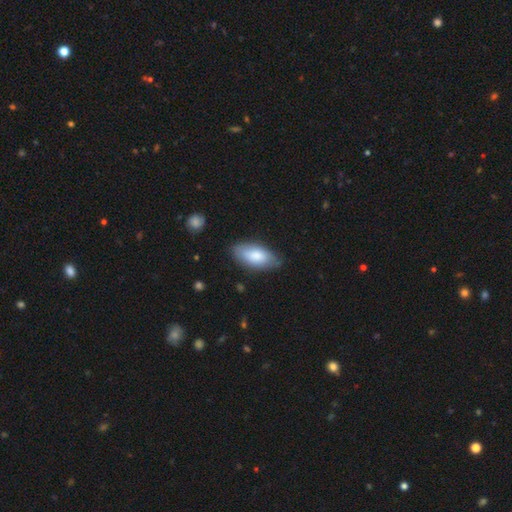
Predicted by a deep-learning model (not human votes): Smooth or featured?
  - smooth: 80% *
  - featured or disk: 15%
  - star or artifact: 5%
How rounded?
  - in between: 90% *
  - cigar-shaped: 8%
  - round: 2%
Merging?
  - none: 78% *
  - minor disturbance: 18%
  - major disturbance: 3%
  - merger: 1%